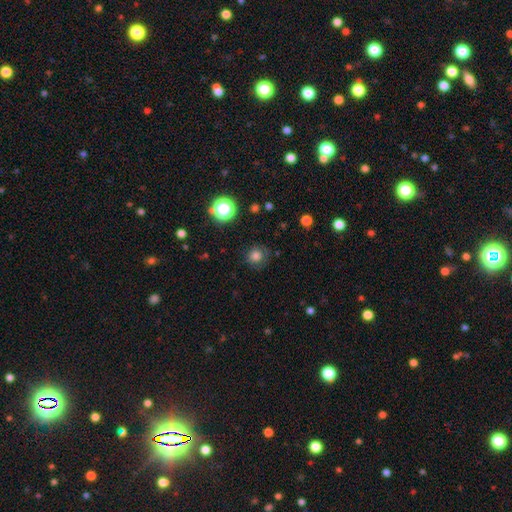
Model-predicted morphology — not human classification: Smooth or featured: smooth — 77% (star or artifact — 16%)
How rounded: round — 91% (in between — 8%)
Merging: none — 79% (minor disturbance — 14%)